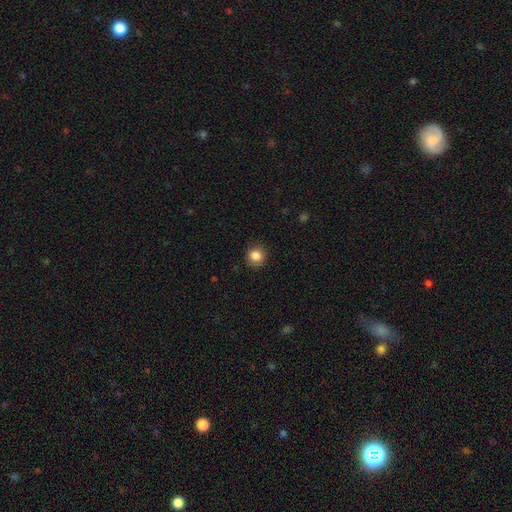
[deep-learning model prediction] smooth 85%, star or artifact 10%, featured or disk 5%. Down the decision tree: how rounded — round (91%); merging — none (90%).